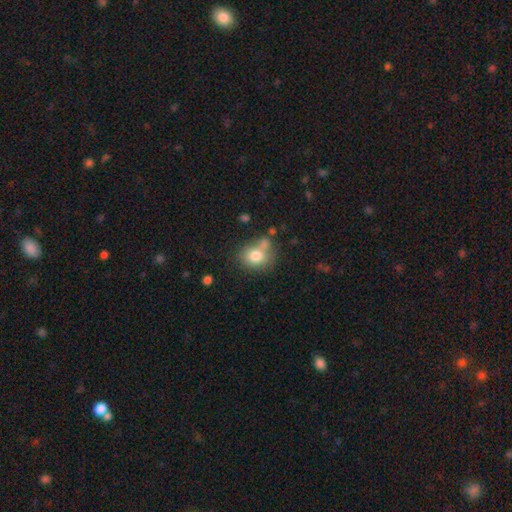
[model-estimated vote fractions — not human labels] smooth 77%, featured or disk 13%, star or artifact 10%. Down the decision tree: how rounded — round (61%); merging — none (53%).